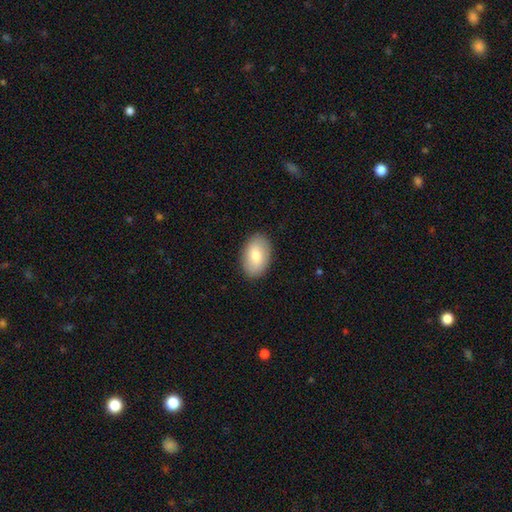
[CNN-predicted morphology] A smooth galaxy with no disk features (78%) that is in between round and cigar-shaped (91%). Merging: none (88%).